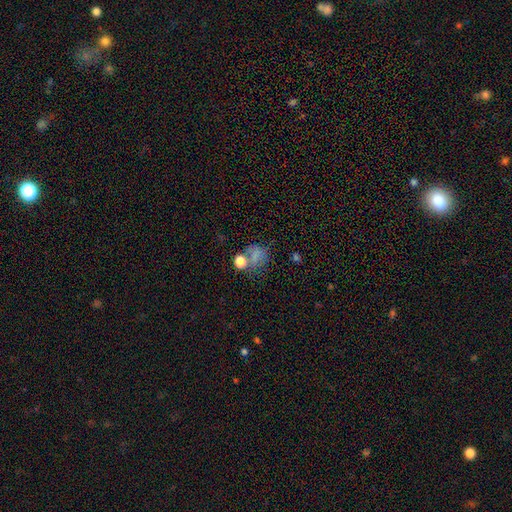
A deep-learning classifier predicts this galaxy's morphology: smooth-or-featured: smooth: 64% | star or artifact: 23% | featured or disk: 12%
  how-rounded: round: 69% | in between: 30% | cigar-shaped: 1%
  merging: none: 47% | merger: 20% | minor disturbance: 18% | major disturbance: 16%